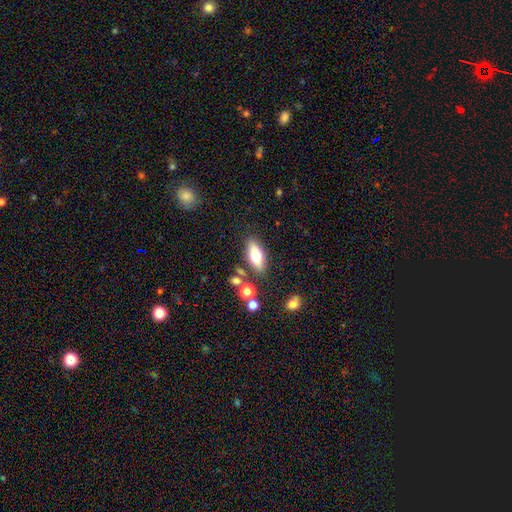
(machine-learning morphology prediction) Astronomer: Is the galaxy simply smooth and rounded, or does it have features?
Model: smooth — 63%.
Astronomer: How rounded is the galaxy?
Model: in between — 71%.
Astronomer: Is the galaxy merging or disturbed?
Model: none — 79%.